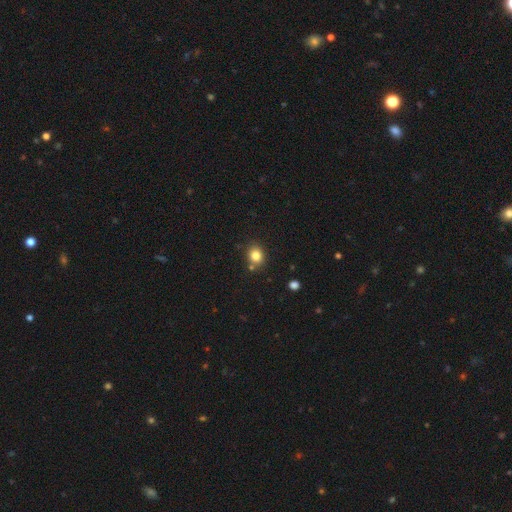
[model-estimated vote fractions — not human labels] This appears to be a smooth galaxy with no disk features (82%) that is round (68%). Merging: none (78%).